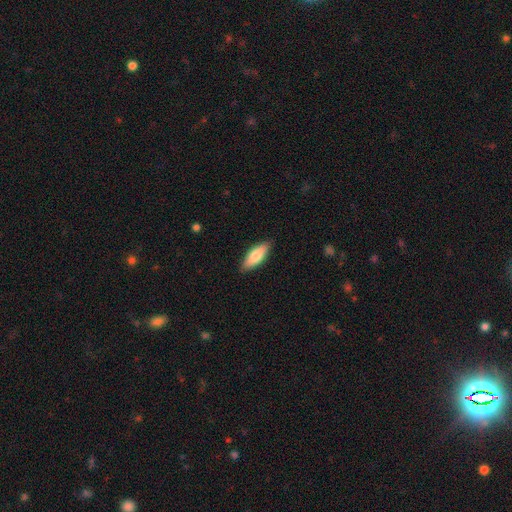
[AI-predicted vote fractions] Smooth or featured? smooth (76%)
How rounded? in between (68%)
Merging? none (87%)